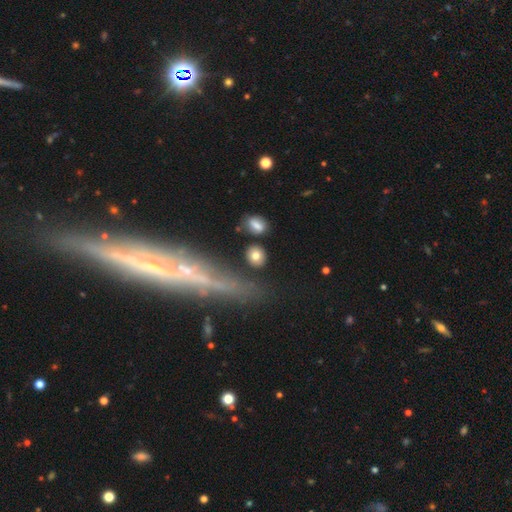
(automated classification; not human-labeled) Q: Smooth or featured?
A: smooth (78%); runner-up: featured or disk (13%)
Q: How rounded?
A: round (64%); runner-up: in between (32%)
Q: Merging?
A: none (78%); runner-up: minor disturbance (10%)